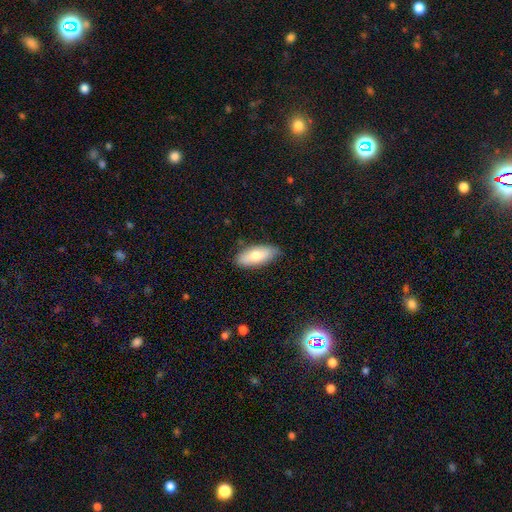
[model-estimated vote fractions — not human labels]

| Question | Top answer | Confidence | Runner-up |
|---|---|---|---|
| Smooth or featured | smooth | 74% | featured or disk (20%) |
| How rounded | in between | 82% | cigar-shaped (15%) |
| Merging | none | 83% | minor disturbance (14%) |